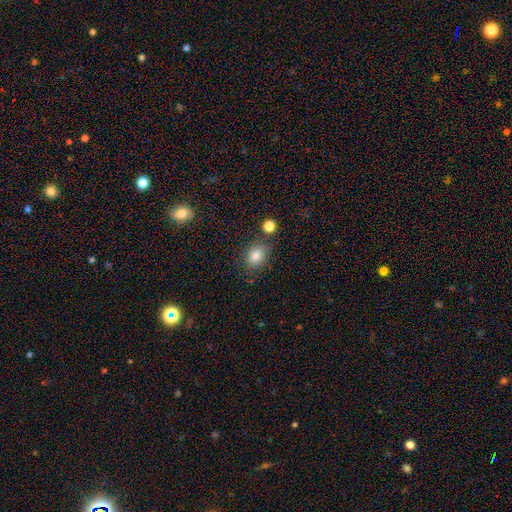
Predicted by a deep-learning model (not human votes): Overall: smooth (82%). How rounded: in between (59%; round 40%). Merging: none (77%).